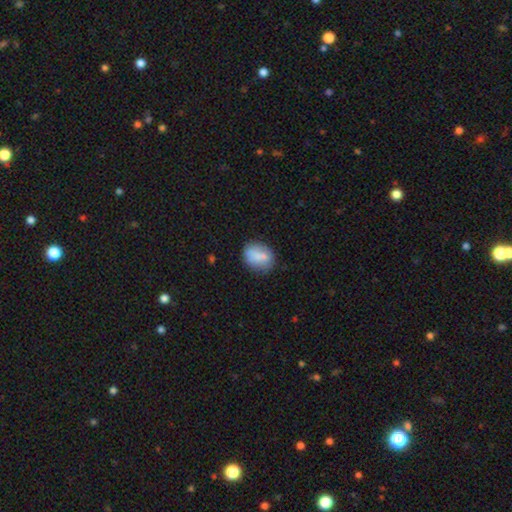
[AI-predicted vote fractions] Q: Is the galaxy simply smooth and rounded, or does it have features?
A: smooth — 76%.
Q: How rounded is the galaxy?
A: in between — 56%.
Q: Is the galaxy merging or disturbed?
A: none — 64%.